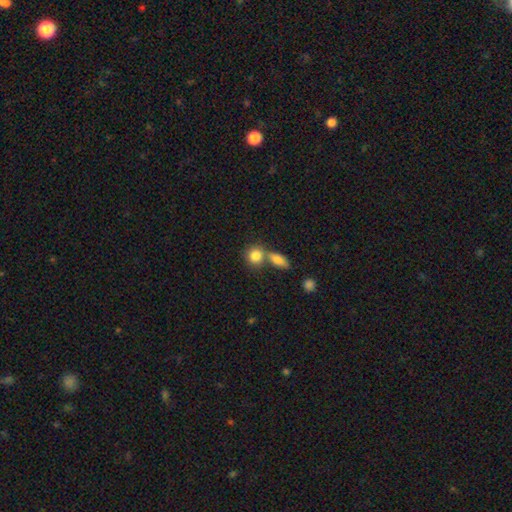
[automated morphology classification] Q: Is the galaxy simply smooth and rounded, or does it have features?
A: smooth — 82%.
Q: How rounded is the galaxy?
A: round — 70%.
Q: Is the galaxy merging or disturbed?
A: merger — 44%, tied with none.